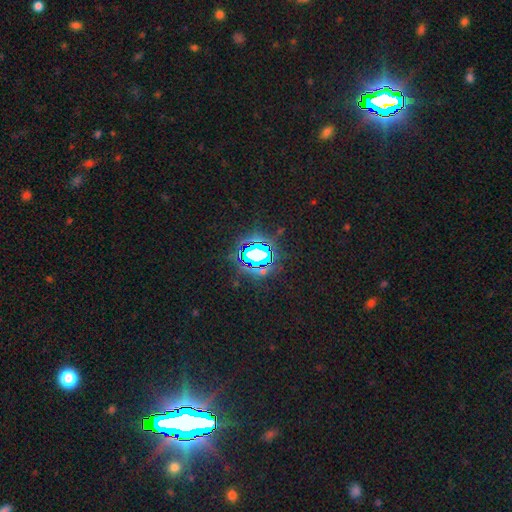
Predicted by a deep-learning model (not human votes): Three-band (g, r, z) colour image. It shows a star or artifact, not a galaxy (85%).